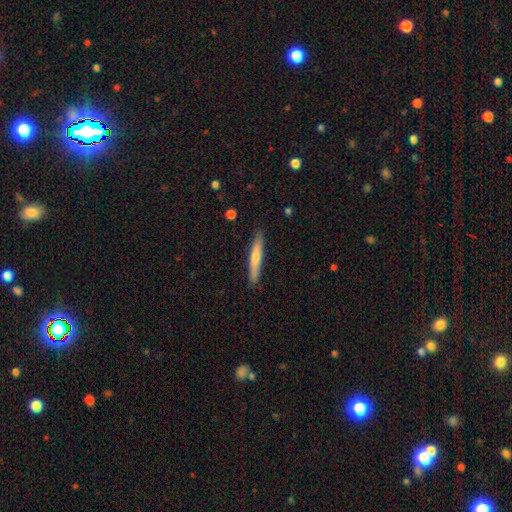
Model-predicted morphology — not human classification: smooth 60%, featured or disk 35%, star or artifact 6%. Down the decision tree: how rounded — cigar-shaped (93%); merging — none (88%).